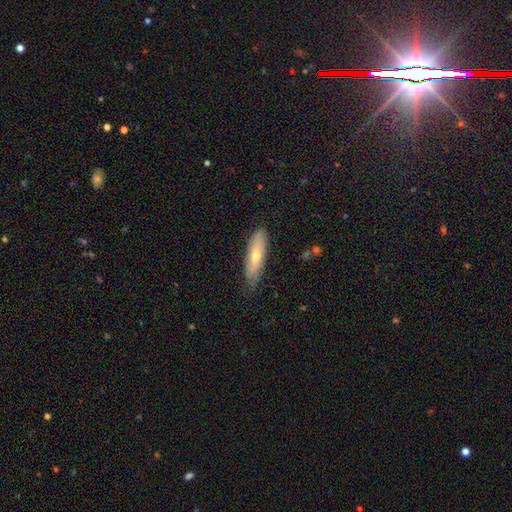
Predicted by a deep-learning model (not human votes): Q: Smooth or featured?
A: smooth (58%); runner-up: featured or disk (36%)
Q: How rounded?
A: cigar-shaped (52%); runner-up: in between (46%)
Q: Merging?
A: none (72%); runner-up: minor disturbance (23%)